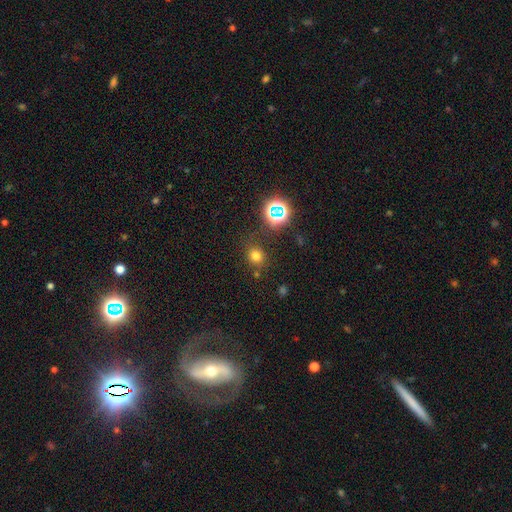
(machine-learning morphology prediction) type=smooth (71%); roundness=round (78%); merging=none (77%).